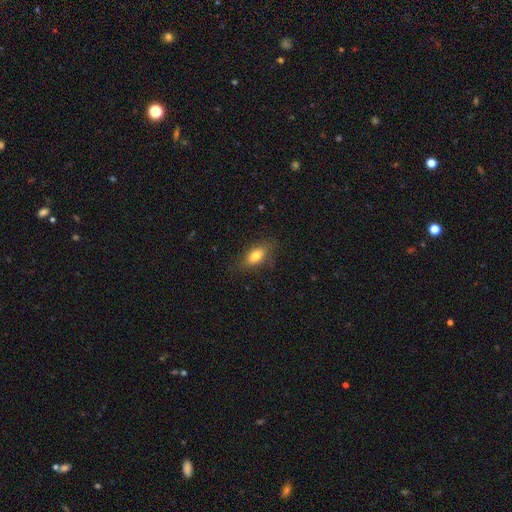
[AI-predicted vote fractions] Q: Smooth or featured?
A: smooth (79%); runner-up: featured or disk (12%)
Q: How rounded?
A: in between (85%); runner-up: round (9%)
Q: Merging?
A: none (77%); runner-up: minor disturbance (17%)